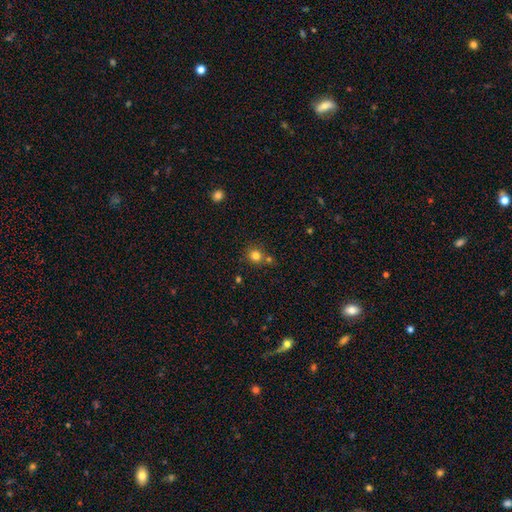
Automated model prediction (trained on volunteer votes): Overall: smooth (80%). How rounded: round (86%). Merging: none (67%).